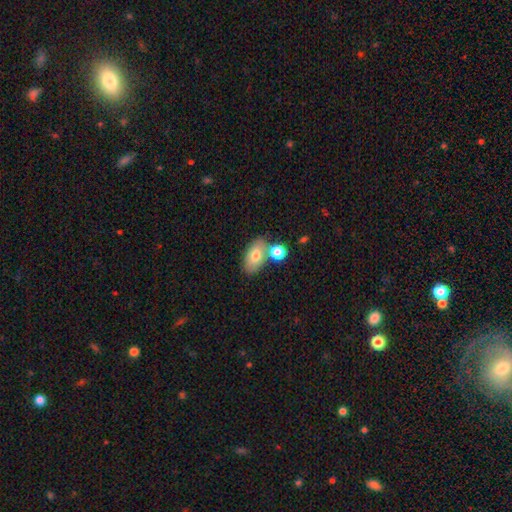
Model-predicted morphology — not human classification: type=smooth (74%); roundness=in between (89%); merging=none (55%).